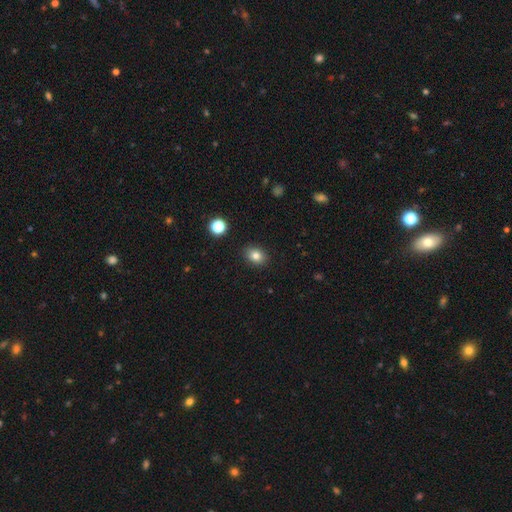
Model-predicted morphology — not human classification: smooth 81%, star or artifact 11%, featured or disk 7%. Down the decision tree: how rounded — in between (59%); merging — none (89%).